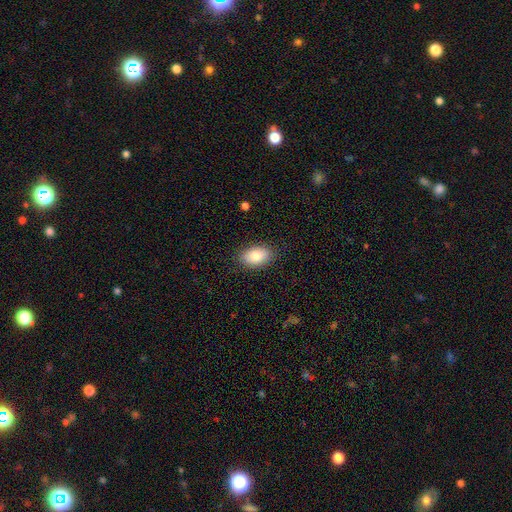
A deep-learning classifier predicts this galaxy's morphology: This appears to be a smooth galaxy with no disk features (83%) that is in between round and cigar-shaped (88%). Merging: none (86%).